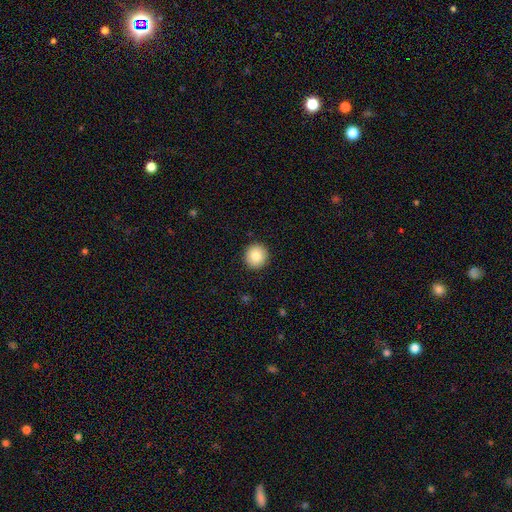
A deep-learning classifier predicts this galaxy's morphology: type=smooth (81%); roundness=round (95%); merging=none (93%).